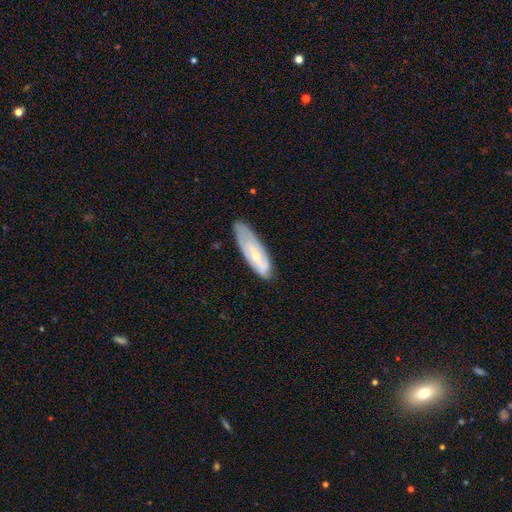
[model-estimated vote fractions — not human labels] Smooth or featured? featured or disk (52%)
Edge-on disk? no (76%)
Merging? none (63%)